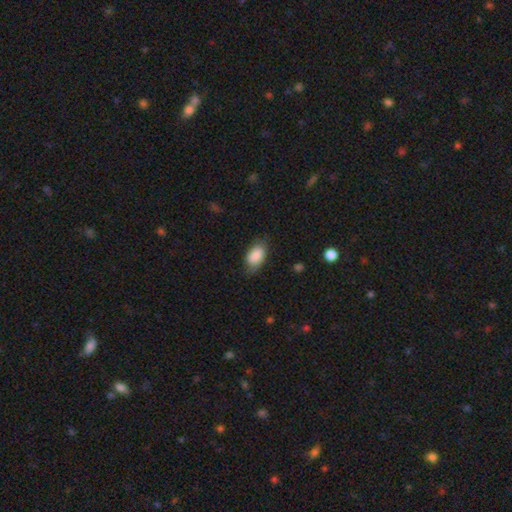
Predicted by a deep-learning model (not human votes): Smooth or featured? Predicted: smooth (p=0.86). How rounded? Predicted: in between (p=0.93). Merging? Predicted: none (p=0.68).